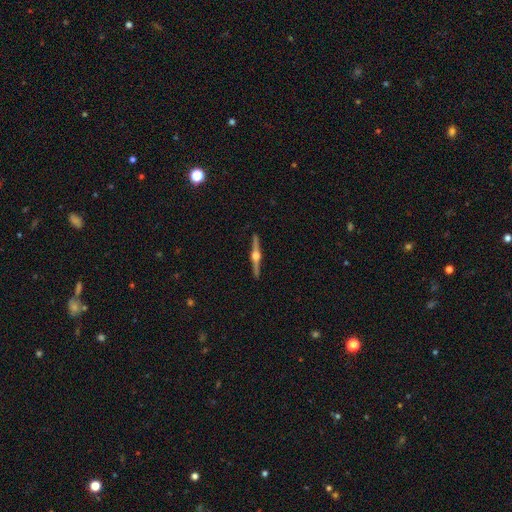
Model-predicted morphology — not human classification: Overall: featured or disk (87%). Edge-on disk: yes (99%). Edge-on bulge: rounded (96%). Merging: none (92%).